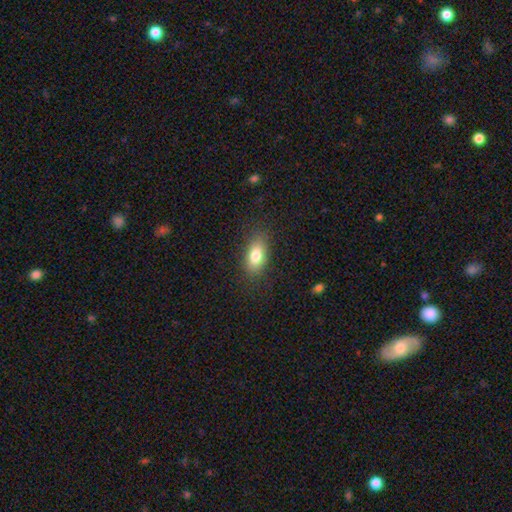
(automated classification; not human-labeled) smooth_or_featured: smooth (p=0.79) [alt: featured or disk p=0.12]
how_rounded: in between (p=0.86) [alt: cigar-shaped p=0.07]
merging: none (p=0.84) [alt: minor disturbance p=0.11]